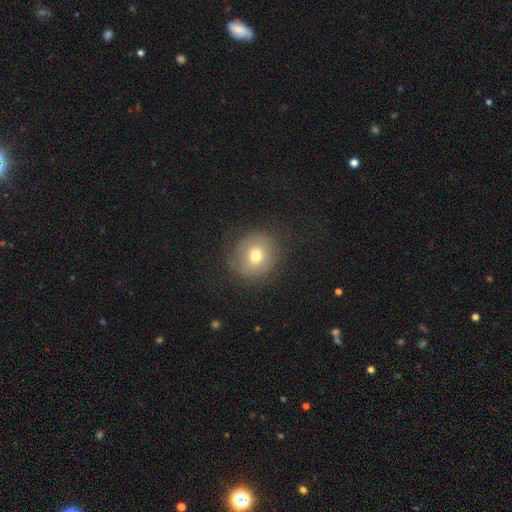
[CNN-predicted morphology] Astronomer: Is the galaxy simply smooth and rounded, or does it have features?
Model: smooth — 68%.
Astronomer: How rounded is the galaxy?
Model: round — 86%.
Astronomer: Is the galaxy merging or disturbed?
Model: none — 79%.